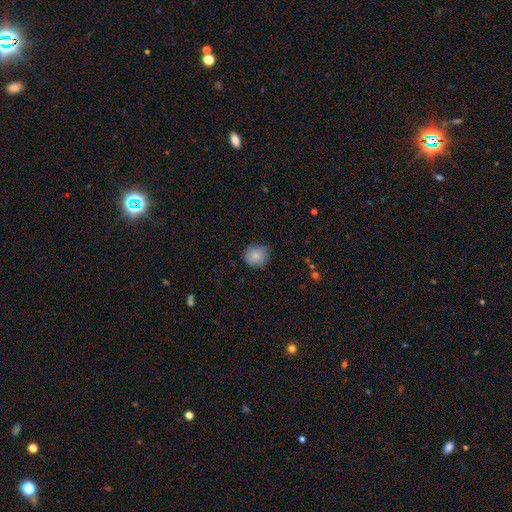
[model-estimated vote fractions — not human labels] A smooth galaxy with no disk features (85%) that is round (85%). Merging: none (81%).